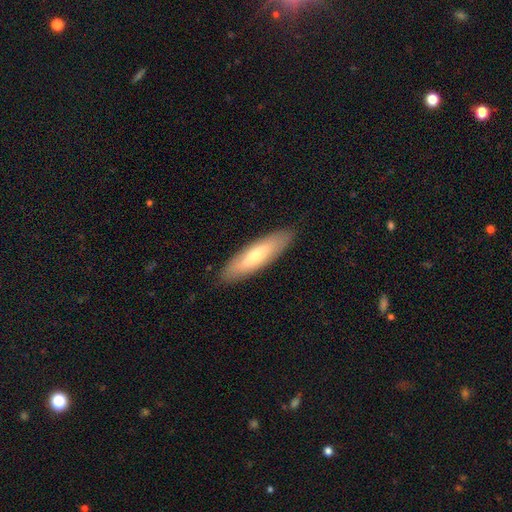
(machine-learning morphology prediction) Overall: smooth (57%; featured or disk 37%). How rounded: cigar-shaped (62%; in between 36%). Merging: none (88%).